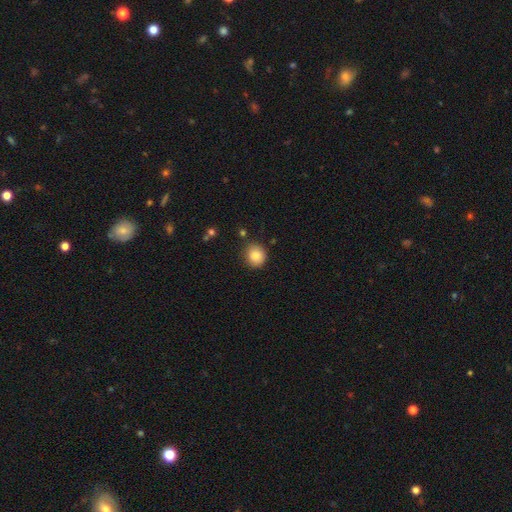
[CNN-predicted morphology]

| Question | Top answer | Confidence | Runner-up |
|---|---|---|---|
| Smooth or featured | smooth | 86% | star or artifact (9%) |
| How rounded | round | 81% | in between (18%) |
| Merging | none | 81% | minor disturbance (13%) |